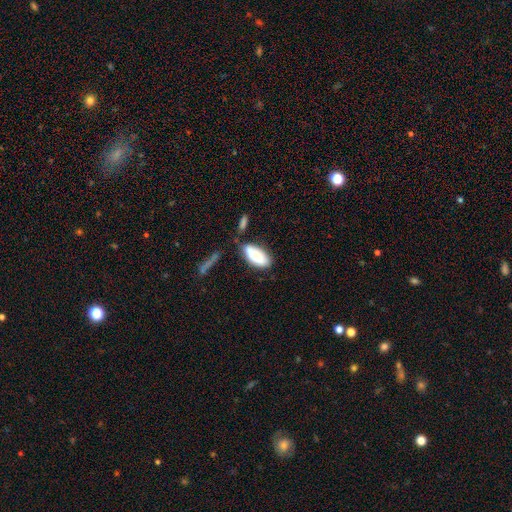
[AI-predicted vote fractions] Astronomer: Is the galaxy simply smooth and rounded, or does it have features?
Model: smooth — 83%.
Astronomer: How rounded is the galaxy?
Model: in between — 93%.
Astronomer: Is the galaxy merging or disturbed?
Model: none — 53%.